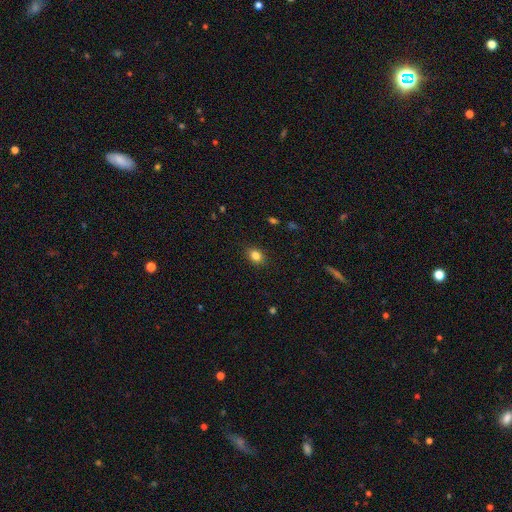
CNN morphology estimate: Smooth or featured? smooth (84%)
How rounded? in between (60%)
Merging? none (89%)